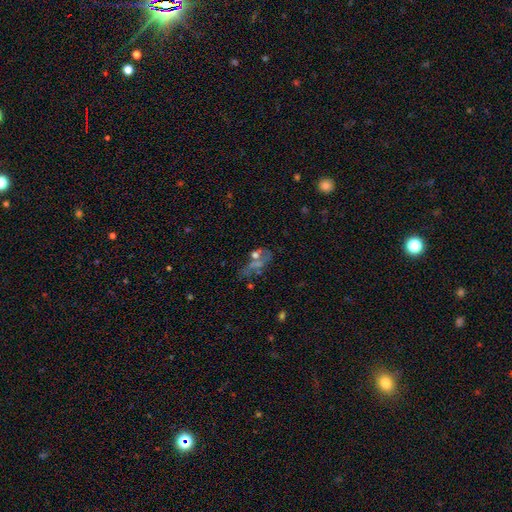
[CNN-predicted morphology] A smooth galaxy with no disk features (44%).

Vote fractions:
- Smooth or featured? smooth: 44% / featured or disk: 34% / star or artifact: 22%
- Merging? none: 36% / major disturbance: 25% / merger: 20% / minor disturbance: 20%